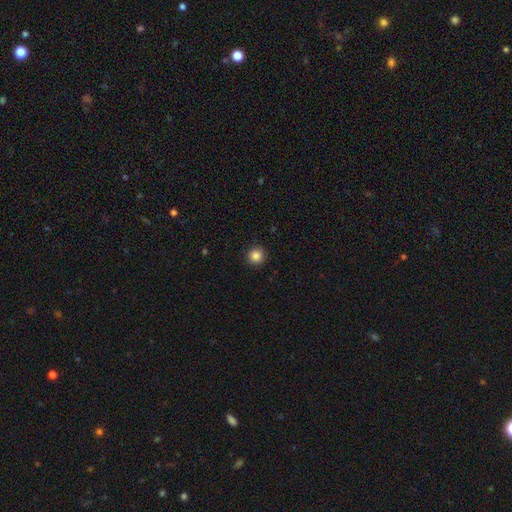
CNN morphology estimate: Q: Smooth or featured?
A: smooth (86%); runner-up: star or artifact (11%)
Q: How rounded?
A: round (95%); runner-up: in between (4%)
Q: Merging?
A: none (93%); runner-up: minor disturbance (5%)